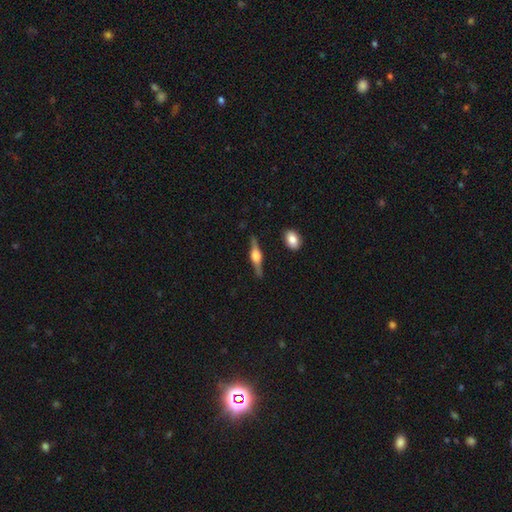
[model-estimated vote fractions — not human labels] smooth-or-featured: featured or disk: 77% | smooth: 17% | star or artifact: 6%
  disk-edge-on: yes: 97% | no: 3%
    edge-on-bulge: rounded: 88% | boxy: 10% | none: 2%
  merging: none: 86% | minor disturbance: 10% | major disturbance: 2% | merger: 2%